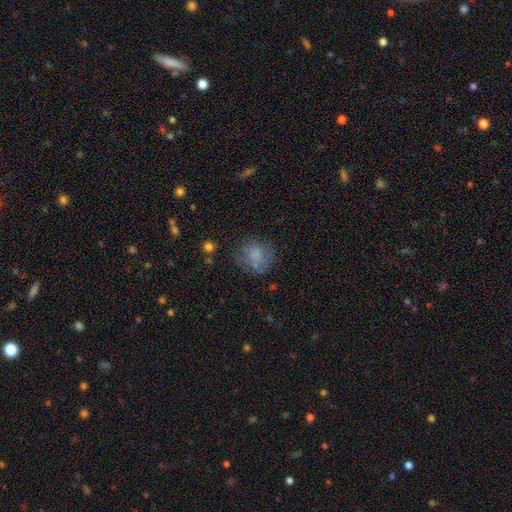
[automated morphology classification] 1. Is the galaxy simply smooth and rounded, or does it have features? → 66% smooth, 22% featured or disk, 12% star or artifact.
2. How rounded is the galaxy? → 79% round, 20% in between, 1% cigar-shaped.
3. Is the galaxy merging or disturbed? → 61% none, 21% minor disturbance, 14% major disturbance, 4% merger.